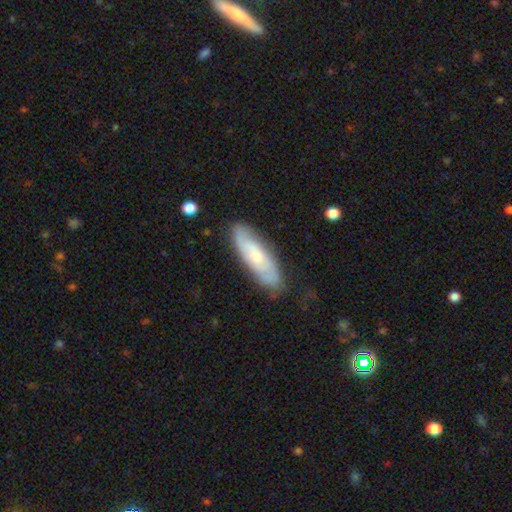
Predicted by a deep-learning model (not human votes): Overall: featured or disk (52%; smooth 42%). Edge-on disk: no (77%). Merging: none (78%).